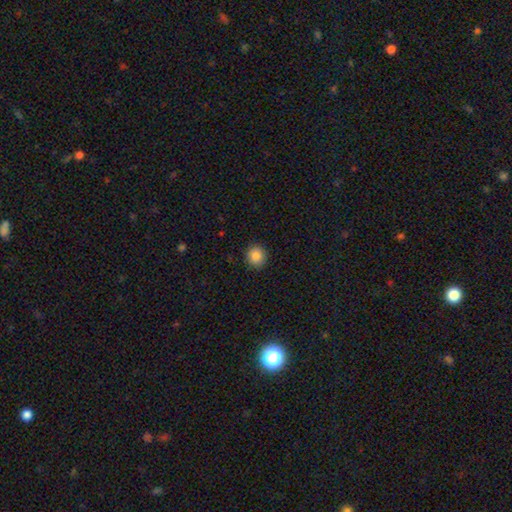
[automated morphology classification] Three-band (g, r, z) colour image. It shows a smooth galaxy with no disk features (87%) that is round (90%). Merging: none (91%).